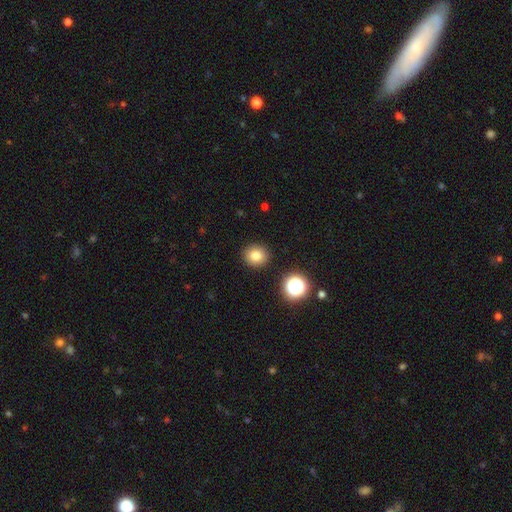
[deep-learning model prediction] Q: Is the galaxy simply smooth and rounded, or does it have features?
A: smooth — 80%.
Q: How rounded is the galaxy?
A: round — 82%.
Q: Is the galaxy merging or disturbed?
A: none — 90%.